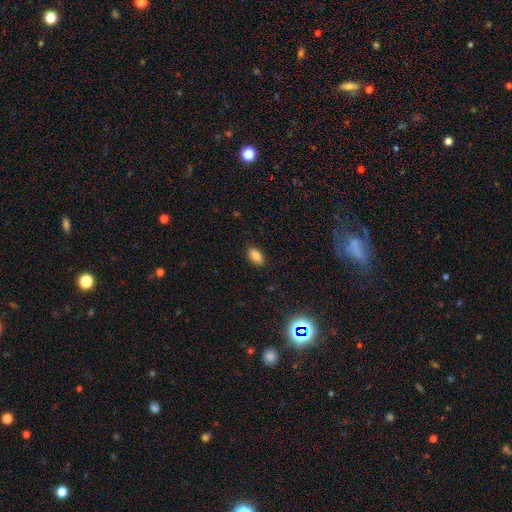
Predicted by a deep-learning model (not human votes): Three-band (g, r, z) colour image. It shows a smooth galaxy with no disk features (81%) that is in between round and cigar-shaped (87%). Merging: none (86%).